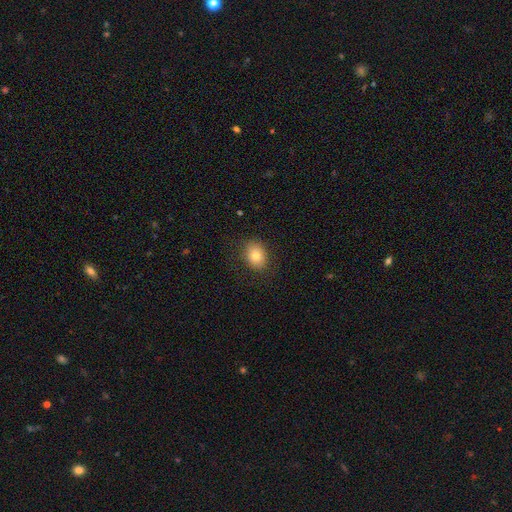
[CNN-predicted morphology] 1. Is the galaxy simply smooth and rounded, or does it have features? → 79% smooth, 11% featured or disk, 10% star or artifact.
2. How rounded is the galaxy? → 56% in between, 43% round, 1% cigar-shaped.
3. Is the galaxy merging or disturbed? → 84% none, 11% minor disturbance, 4% major disturbance, 1% merger.